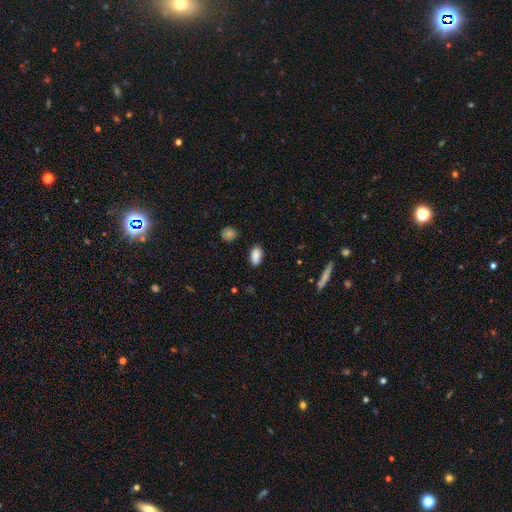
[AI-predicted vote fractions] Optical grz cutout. It shows a smooth galaxy with no disk features (88%) that is in between round and cigar-shaped (92%). Merging: none (83%).